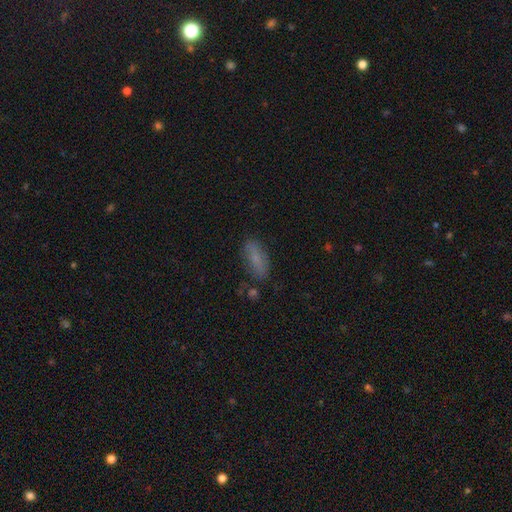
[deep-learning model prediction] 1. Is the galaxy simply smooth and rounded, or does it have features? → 73% smooth, 17% featured or disk, 10% star or artifact.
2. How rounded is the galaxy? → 67% in between, 30% cigar-shaped, 3% round.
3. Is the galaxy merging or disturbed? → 76% none, 16% minor disturbance, 5% major disturbance, 3% merger.